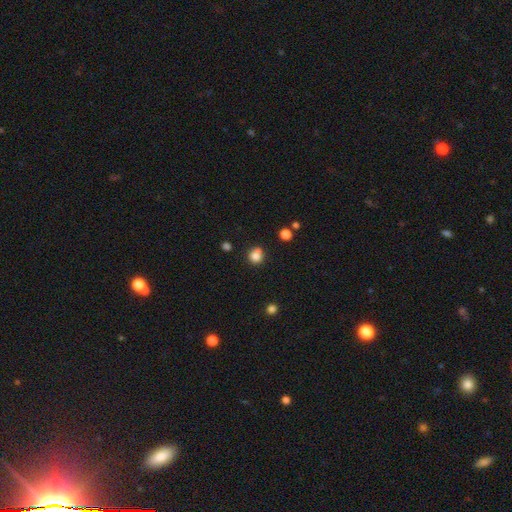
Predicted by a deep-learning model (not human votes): Morphology: type=smooth (82%); roundness=round (86%); merging=none (67%).